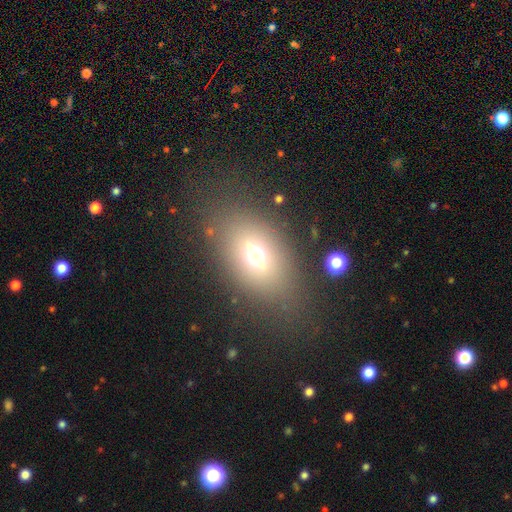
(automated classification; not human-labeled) Smooth or featured? Predicted: smooth (p=0.61). How rounded? Predicted: in between (p=0.81). Merging? Predicted: none (p=0.75).